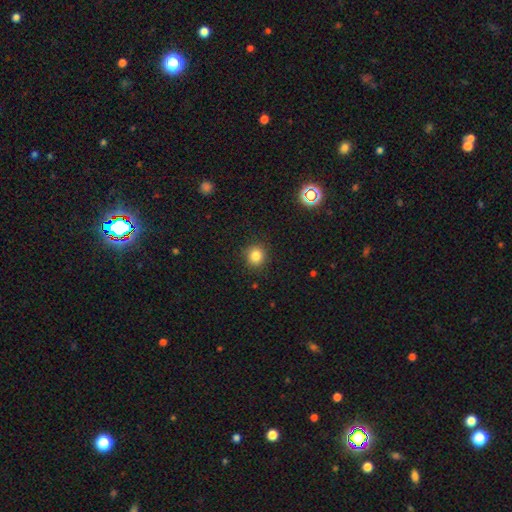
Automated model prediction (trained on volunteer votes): The model was most divided on "smooth or featured": smooth: 83%, star or artifact: 12%, featured or disk: 5%. More confident: merging — none (90%); how rounded — round (88%).